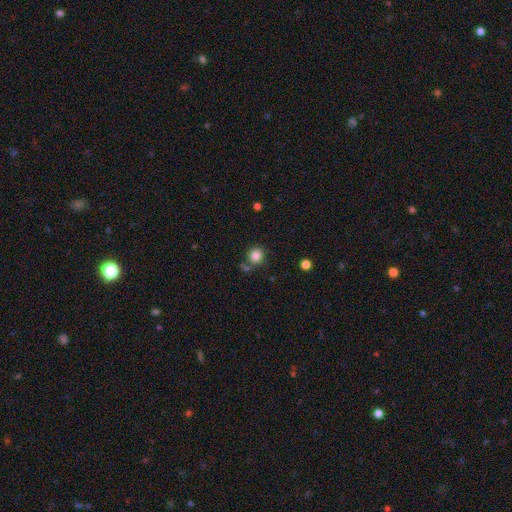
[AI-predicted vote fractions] smooth-or-featured: smooth: 84% | star or artifact: 11% | featured or disk: 5%
  how-rounded: round: 90% | in between: 9% | cigar-shaped: 1%
  merging: none: 74% | merger: 12% | minor disturbance: 10% | major disturbance: 4%